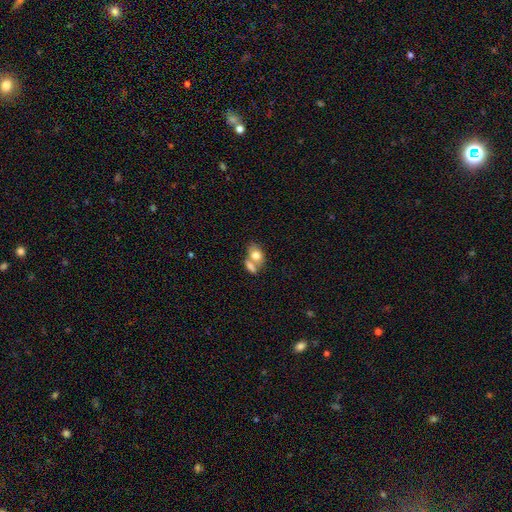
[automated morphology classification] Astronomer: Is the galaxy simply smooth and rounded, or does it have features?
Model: smooth — 74%.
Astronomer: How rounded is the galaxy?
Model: in between — 79%.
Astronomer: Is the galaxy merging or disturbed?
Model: merger — 54% (runner-up: none, 30%).